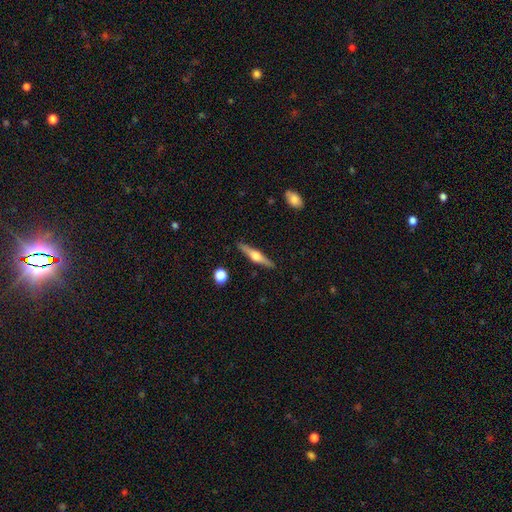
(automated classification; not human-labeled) featured or disk 71%, smooth 23%, star or artifact 5%. Down the decision tree: edge-on disk — yes (98%); edge-on bulge — rounded (94%); merging — none (90%).